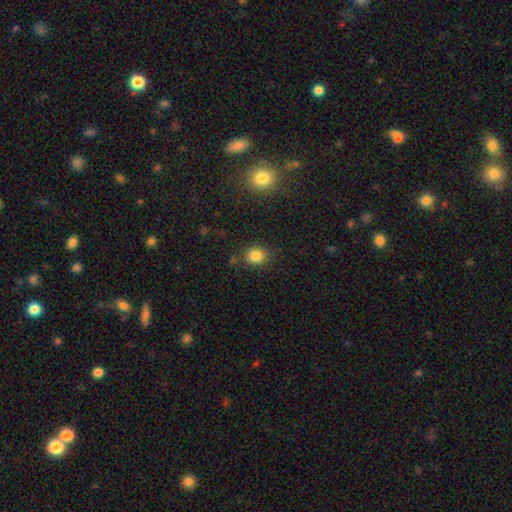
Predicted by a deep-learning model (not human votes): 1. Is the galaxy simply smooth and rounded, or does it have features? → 84% smooth, 12% star or artifact, 5% featured or disk.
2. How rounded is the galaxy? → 60% round, 39% in between, 1% cigar-shaped.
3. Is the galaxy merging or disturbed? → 81% none, 12% minor disturbance, 4% major disturbance, 3% merger.